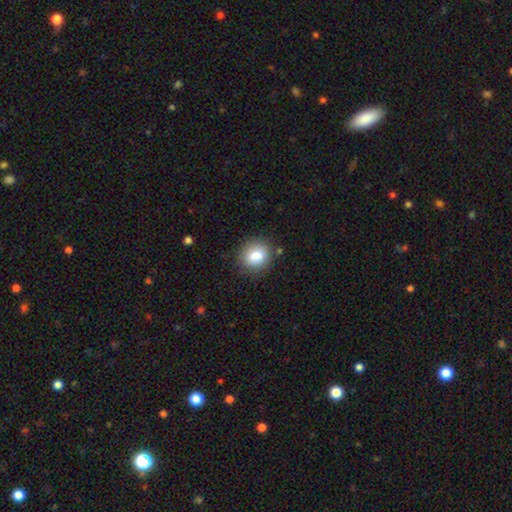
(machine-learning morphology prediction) The model was most divided on "how rounded": round: 73%, in between: 26%, cigar-shaped: 1%. More confident: merging — none (84%); smooth or featured — smooth (80%).